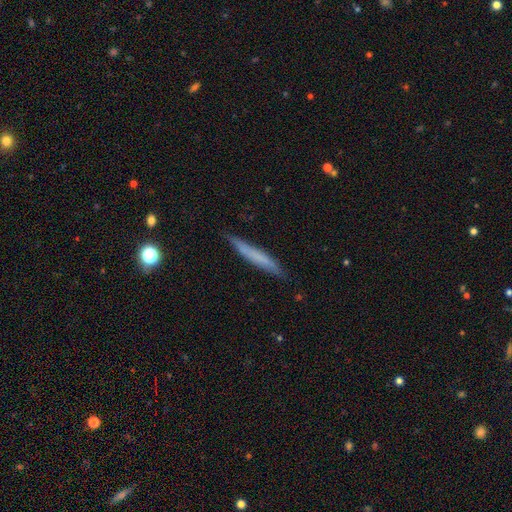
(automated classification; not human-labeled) Smooth or featured? Predicted: smooth (p=0.60). How rounded? Predicted: cigar-shaped (p=0.96). Merging? Predicted: none (p=0.86).